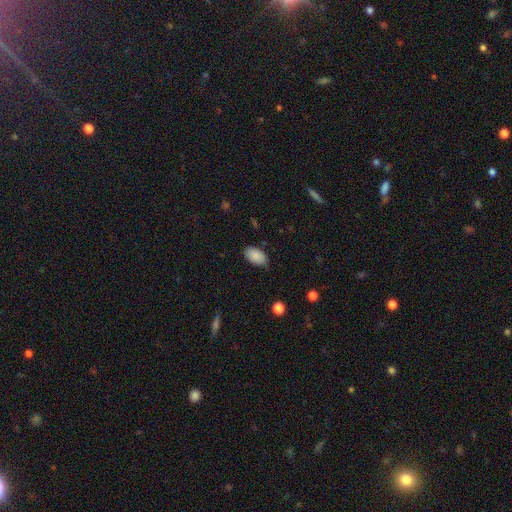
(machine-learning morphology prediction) A smooth galaxy with no disk features (88%) that is in between round and cigar-shaped (93%). Merging: none (74%).